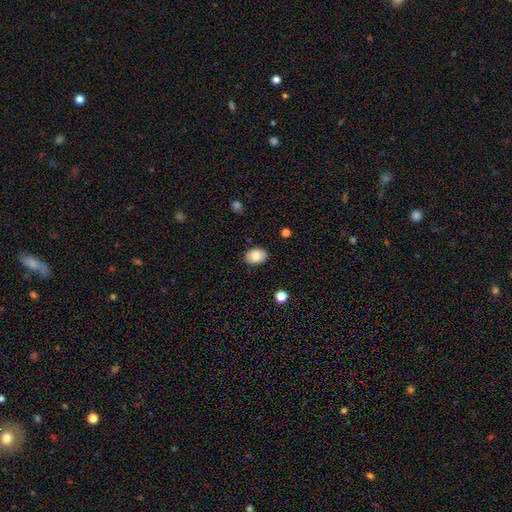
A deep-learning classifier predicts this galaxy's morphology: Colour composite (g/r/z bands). It shows a smooth galaxy with no disk features (79%) that is in between round and cigar-shaped (75%). Merging: none (88%).